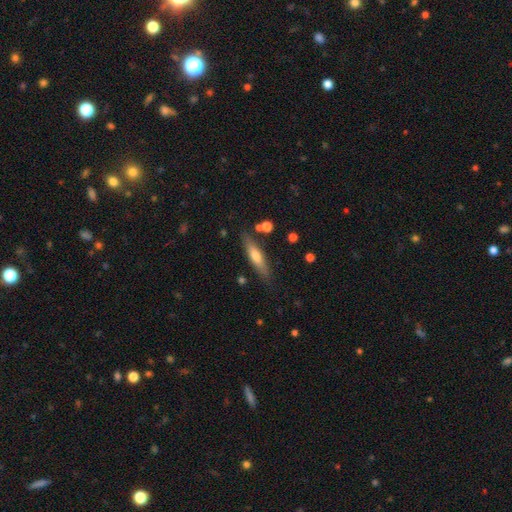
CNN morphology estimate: Smooth or featured: smooth — 53% (featured or disk — 40%)
How rounded: cigar-shaped — 80% (in between — 19%)
Merging: none — 82% (minor disturbance — 12%)